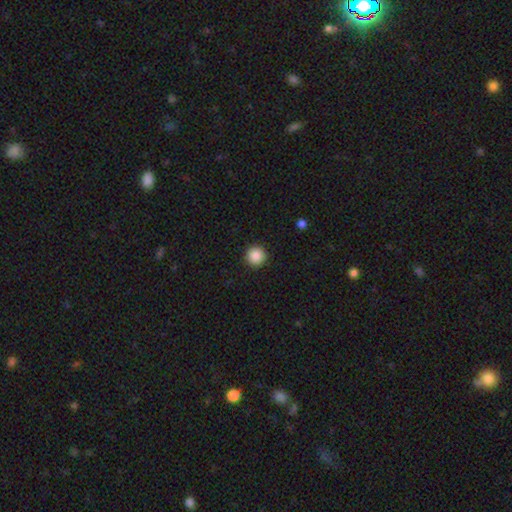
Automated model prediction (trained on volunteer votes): Q: Smooth or featured?
A: smooth (88%); runner-up: star or artifact (9%)
Q: How rounded?
A: round (96%); runner-up: in between (3%)
Q: Merging?
A: none (93%); runner-up: minor disturbance (5%)